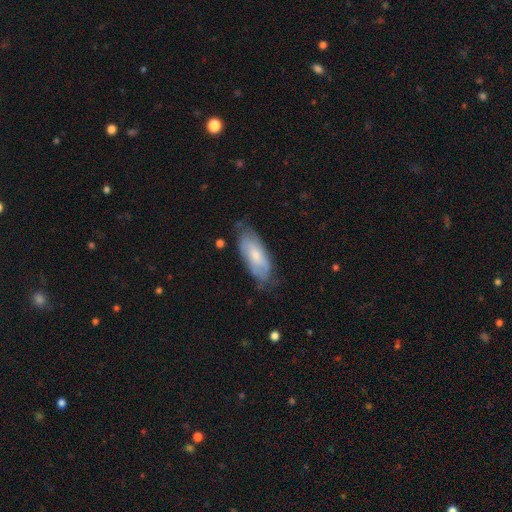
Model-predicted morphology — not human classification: Overall: smooth (53%; featured or disk 41%). How rounded: in between (78%). Merging: none (65%; minor disturbance 26%).